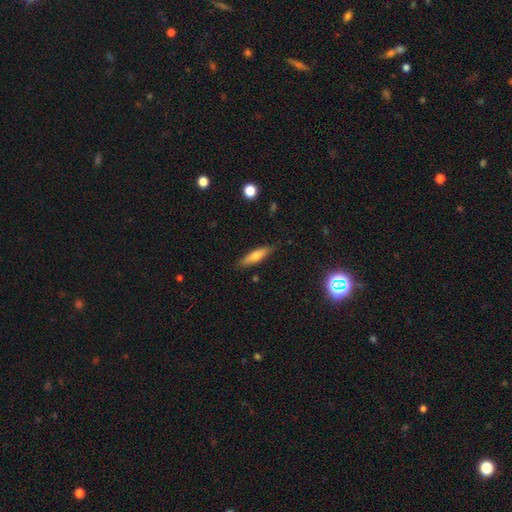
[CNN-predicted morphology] Smooth or featured? Predicted: smooth (p=0.65). How rounded? Predicted: cigar-shaped (p=0.71). Merging? Predicted: none (p=0.86).